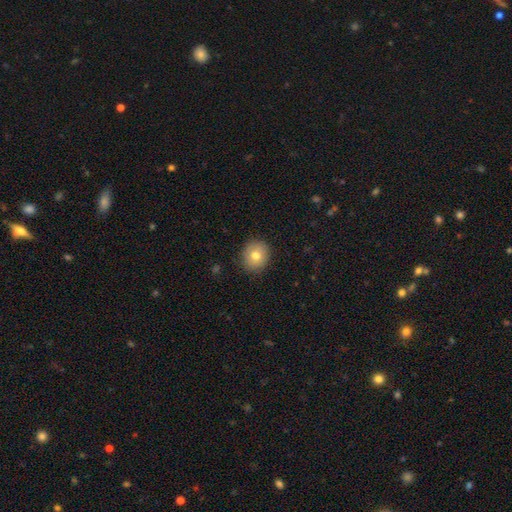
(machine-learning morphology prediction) Q: Smooth or featured?
A: smooth (76%); runner-up: featured or disk (15%)
Q: How rounded?
A: round (79%); runner-up: in between (20%)
Q: Merging?
A: none (88%); runner-up: minor disturbance (9%)